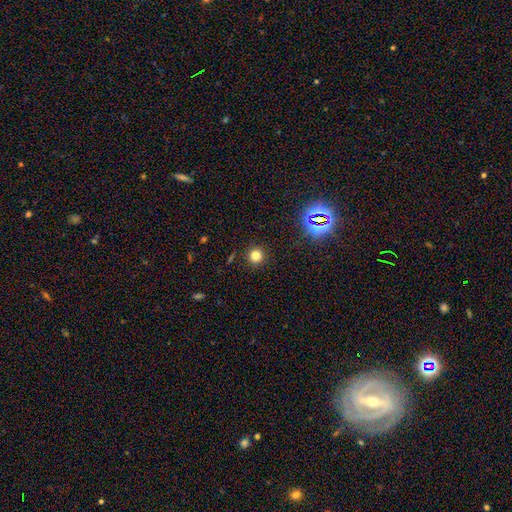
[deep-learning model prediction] This appears to be a smooth galaxy with no disk features (76%) that is round (94%). Merging: none (91%).